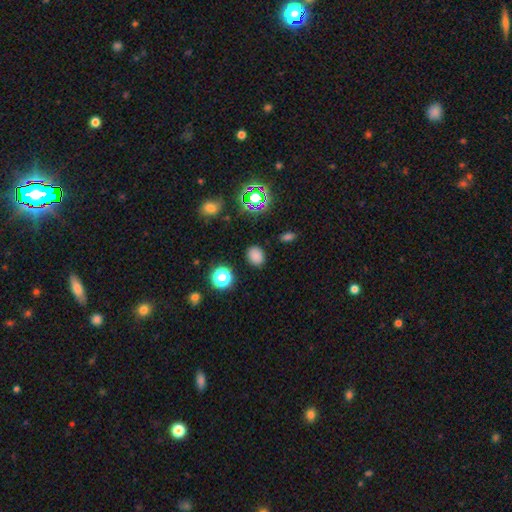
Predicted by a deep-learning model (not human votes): The model was most divided on "how rounded": in between: 50%, round: 49%, cigar-shaped: 1%. More confident: merging — none (86%); smooth or featured — smooth (78%).